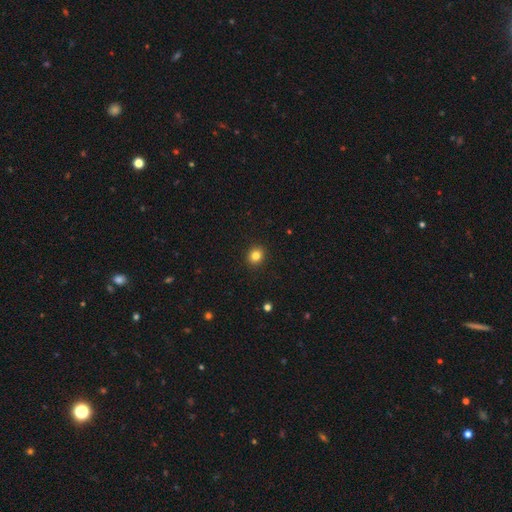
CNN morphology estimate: smooth-or-featured: smooth: 82% | star or artifact: 12% | featured or disk: 6%
  how-rounded: round: 78% | in between: 22% | cigar-shaped: 1%
  merging: none: 92% | minor disturbance: 5% | major disturbance: 2% | merger: 1%